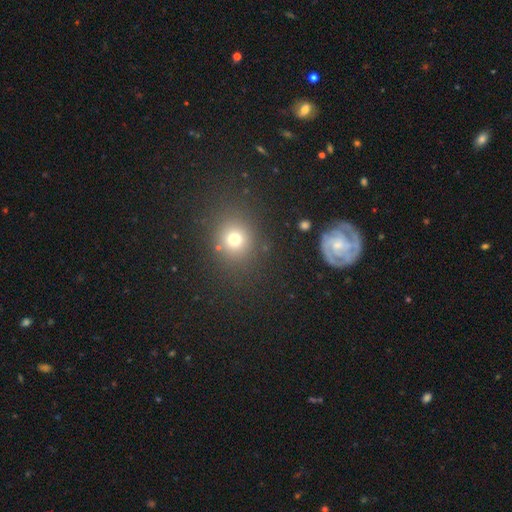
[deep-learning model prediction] This is possibly a smooth galaxy (53%). How rounded: likely round (77%). Merging: clearly none (87%).